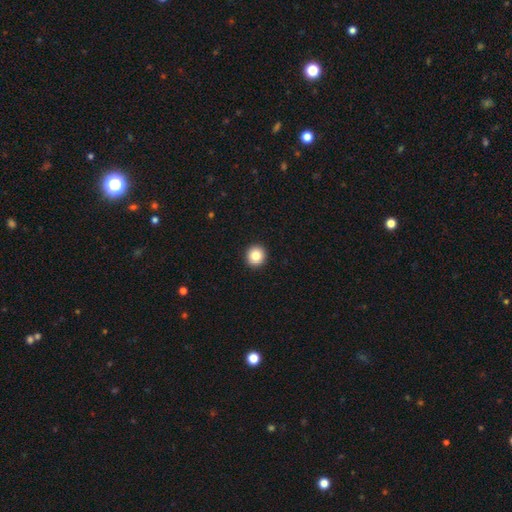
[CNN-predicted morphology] Smooth or featured? smooth (84%)
How rounded? round (94%)
Merging? none (93%)